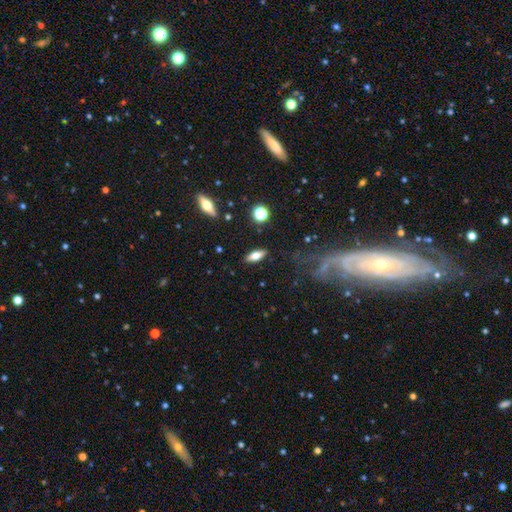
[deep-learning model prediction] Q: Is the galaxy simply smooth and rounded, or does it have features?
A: smooth — 64%.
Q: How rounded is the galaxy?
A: in between — 69%.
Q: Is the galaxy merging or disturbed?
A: none — 87%.